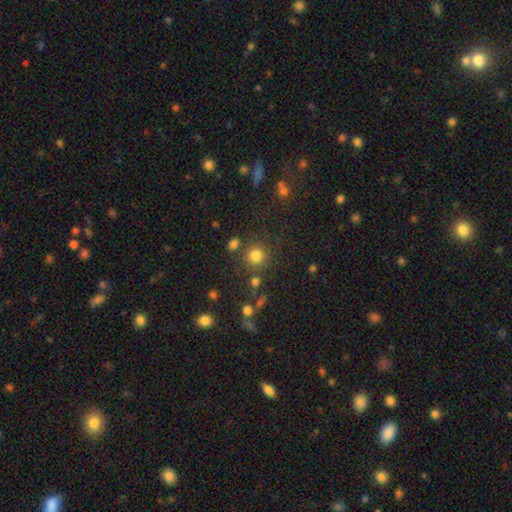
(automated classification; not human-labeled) This is likely a smooth galaxy (79%). How rounded: clearly round (91%). Merging: likely none (78%).